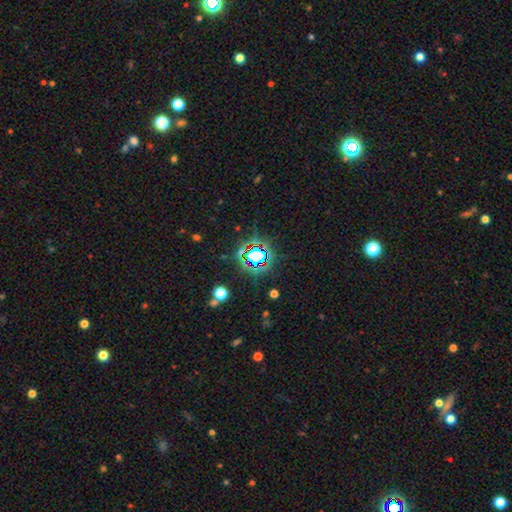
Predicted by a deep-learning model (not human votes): star or artifact 70%, smooth 18%, featured or disk 11%.